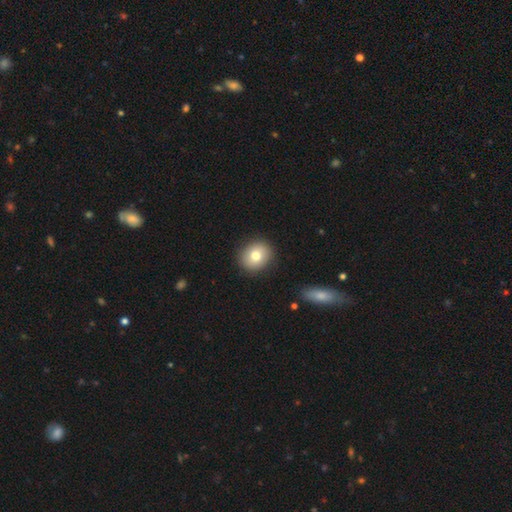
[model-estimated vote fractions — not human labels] Morphology: type=smooth (77%); roundness=round (71%); merging=none (89%).